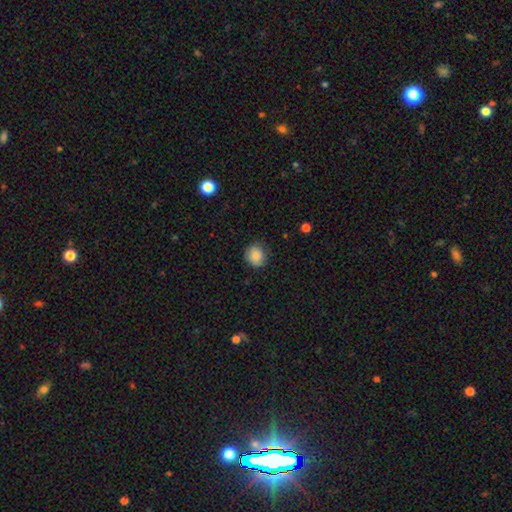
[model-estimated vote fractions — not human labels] Smooth or featured? Predicted: smooth (p=0.86). How rounded? Predicted: round (p=0.79). Merging? Predicted: none (p=0.82).